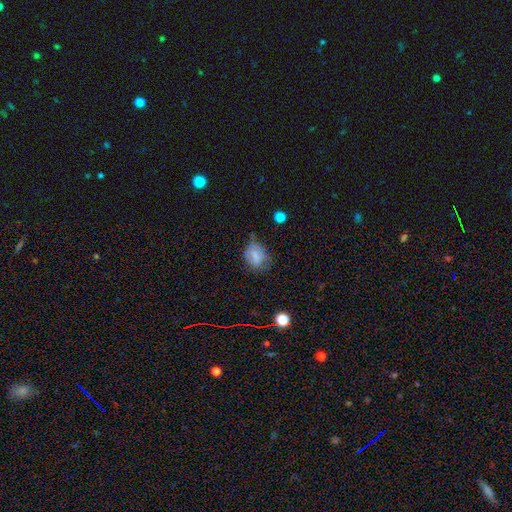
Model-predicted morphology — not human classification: smooth_or_featured: smooth (p=0.68) [alt: featured or disk p=0.21]
how_rounded: in between (p=0.56) [alt: round p=0.43]
merging: none (p=0.47) [alt: minor disturbance p=0.35]